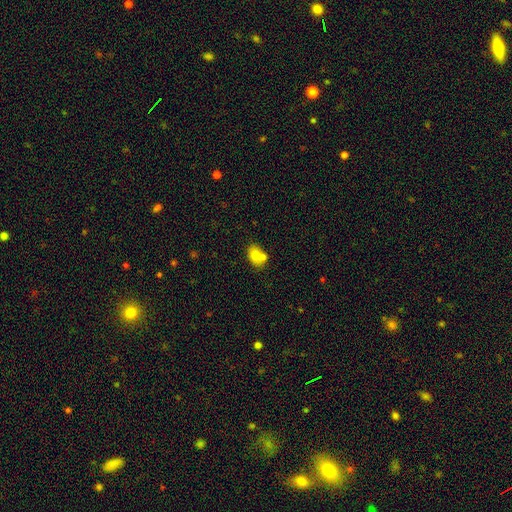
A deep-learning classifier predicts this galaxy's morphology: Smooth or featured? Predicted: smooth (p=0.73). How rounded? Predicted: in between (p=0.70). Merging? Predicted: none (p=0.47).